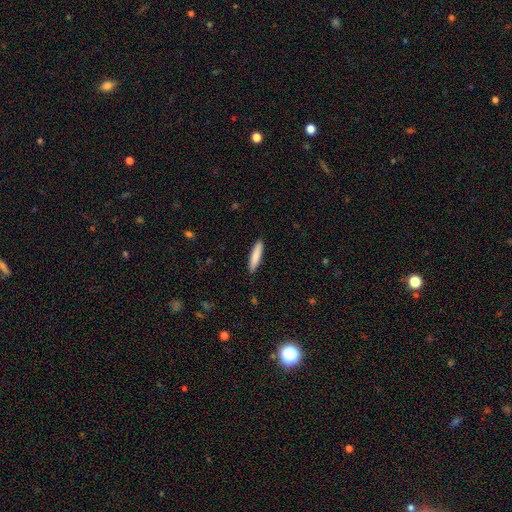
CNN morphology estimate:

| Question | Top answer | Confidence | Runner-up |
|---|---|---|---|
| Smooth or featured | smooth | 85% | featured or disk (10%) |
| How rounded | cigar-shaped | 83% | in between (16%) |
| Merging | none | 90% | minor disturbance (7%) |